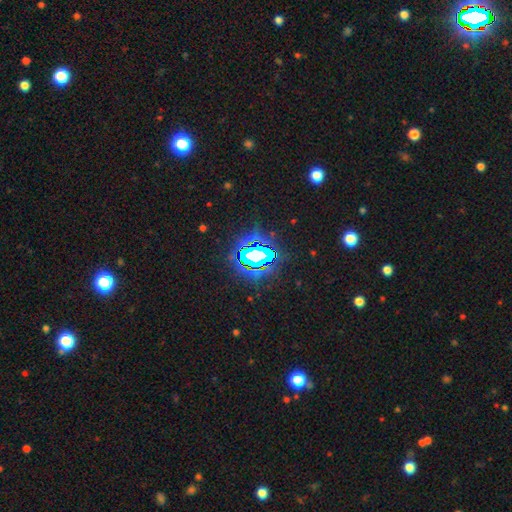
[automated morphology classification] This is likely a star or artifact rather than a galaxy (73%).